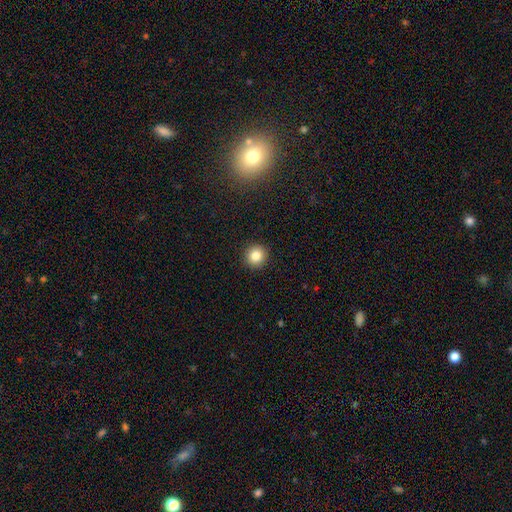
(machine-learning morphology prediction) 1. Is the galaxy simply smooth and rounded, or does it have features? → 83% smooth, 11% star or artifact, 6% featured or disk.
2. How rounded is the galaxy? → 93% round, 6% in between, 1% cigar-shaped.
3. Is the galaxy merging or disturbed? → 92% none, 5% minor disturbance, 2% major disturbance, 1% merger.